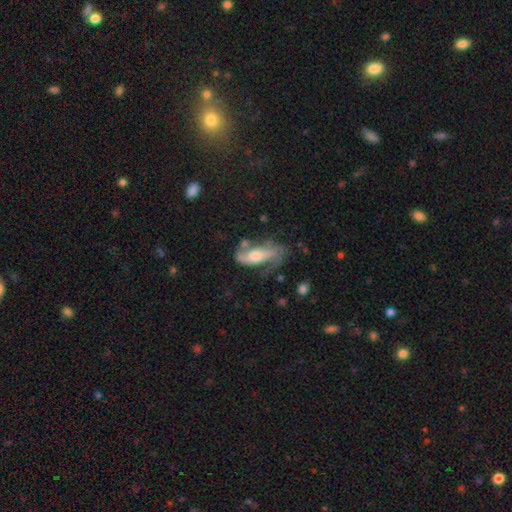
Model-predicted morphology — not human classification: This is likely a featured or disk galaxy (63%). It is clearly not viewed edge-on (84%). Bar: possibly no (53%). Spiral arm pattern: likely yes (78%). Central bulge: possibly moderate (49%). Merging: marginally none (40%).